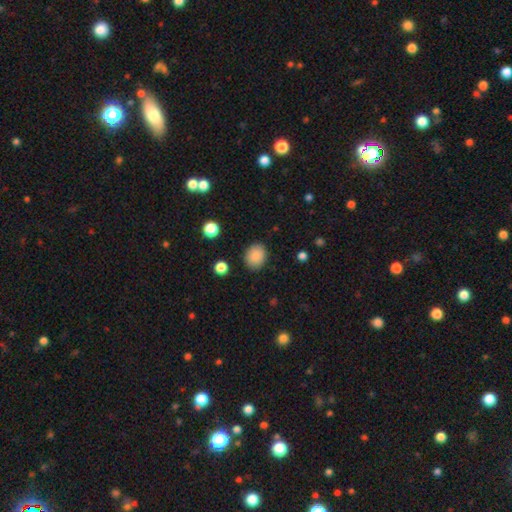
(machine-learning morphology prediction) Smooth or featured: smooth — 87% (star or artifact — 9%)
How rounded: round — 58% (in between — 41%)
Merging: none — 86% (minor disturbance — 9%)